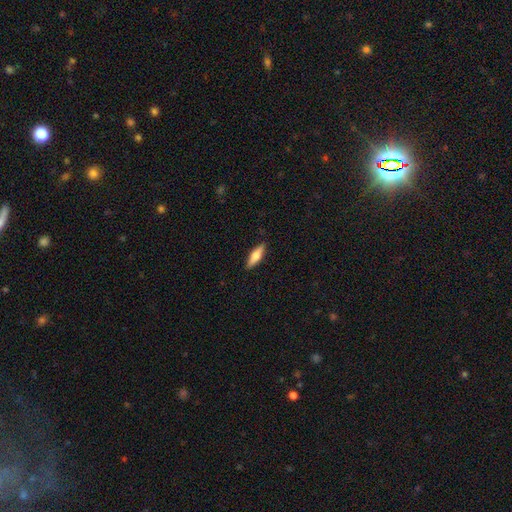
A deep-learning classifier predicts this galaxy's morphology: Smooth or featured: smooth — 58% (featured or disk — 36%)
How rounded: cigar-shaped — 63% (in between — 35%)
Merging: none — 89% (minor disturbance — 8%)